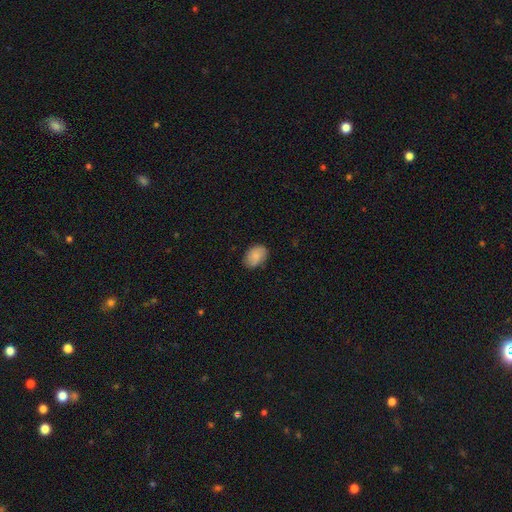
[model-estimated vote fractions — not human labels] smooth_or_featured: smooth (p=0.82) [alt: featured or disk p=0.11]
how_rounded: in between (p=0.83) [alt: round p=0.16]
merging: none (p=0.81) [alt: minor disturbance p=0.15]